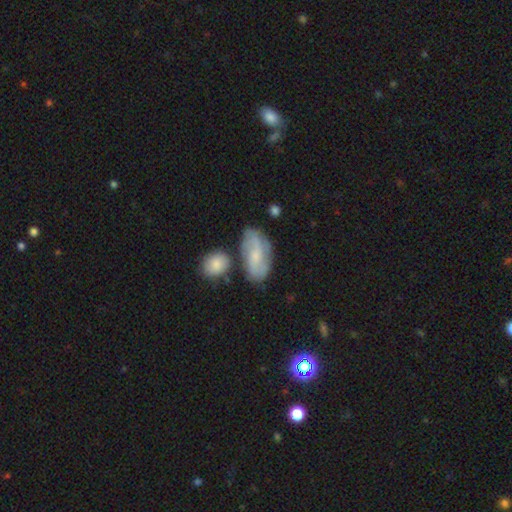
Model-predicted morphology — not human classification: Smooth or featured?
  - featured or disk: 58% *
  - smooth: 35%
  - star or artifact: 8%
Edge-on disk?
  - no: 94% *
  - yes: 6%
Bar?
  - no: 47% *
  - weak: 43%
  - strong: 10%
Spiral arms?
  - yes: 85% *
  - no: 15%
Bulge size?
  - small: 50% *
  - moderate: 33%
  - none: 12%
  - large: 3%
  - dominant: 1%
Merging?
  - none: 63% *
  - minor disturbance: 19%
  - merger: 12%
  - major disturbance: 6%